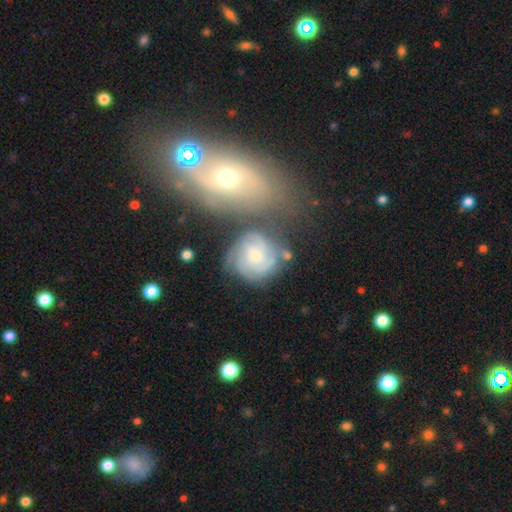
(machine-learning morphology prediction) type=featured or disk (69%); edge-on=no (97%); bar=no (72%); spiral arms=yes (89%); winding=tight (62%); arm count=can't tell (33%); bulge=small (64%); merging=none (50%).